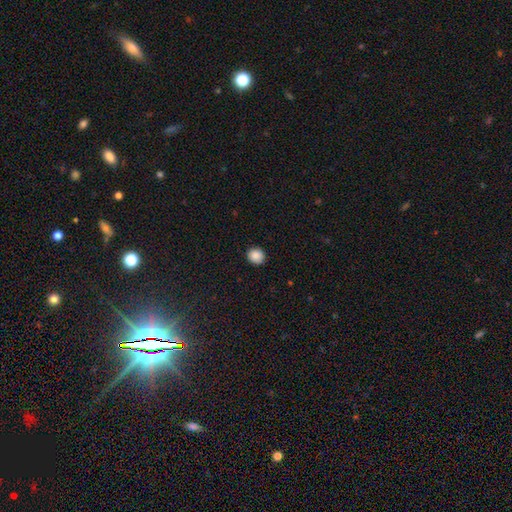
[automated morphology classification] A smooth galaxy with no disk features (88%) that is round (83%). Merging: none (90%).